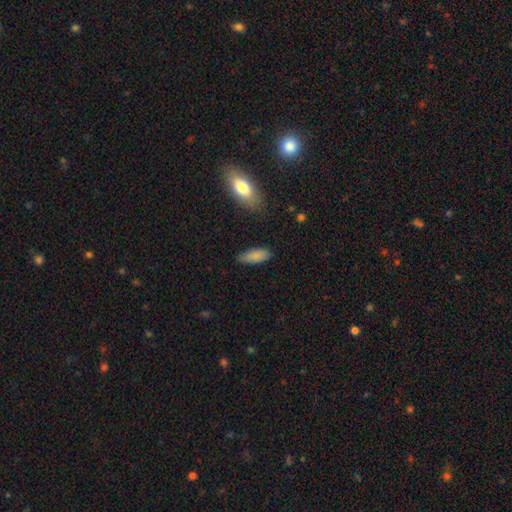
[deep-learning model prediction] The model was most divided on "how rounded": in between: 74%, cigar-shaped: 24%, round: 2%. More confident: smooth or featured — smooth (86%); merging — none (80%).